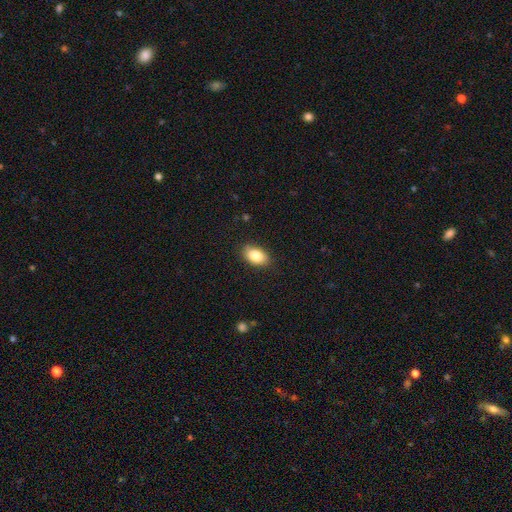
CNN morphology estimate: A smooth galaxy with no disk features (85%) that is in between round and cigar-shaped (89%).

Vote fractions:
- Smooth or featured? smooth: 85% / featured or disk: 8% / star or artifact: 7%
- How rounded? in between: 89% / round: 9% / cigar-shaped: 2%
- Merging? none: 86% / minor disturbance: 10% / major disturbance: 2% / merger: 1%